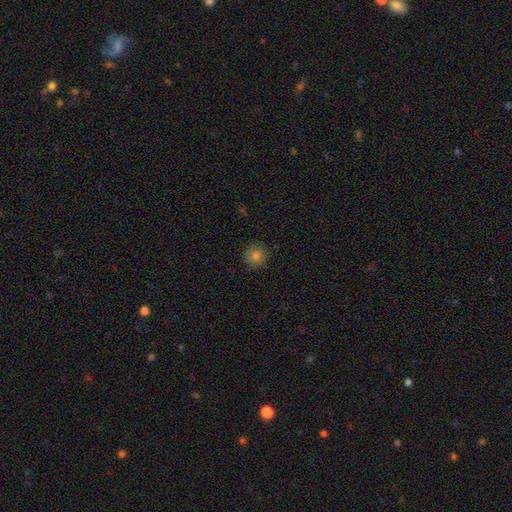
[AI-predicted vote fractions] Smooth or featured? smooth (80%)
How rounded? round (95%)
Merging? none (91%)